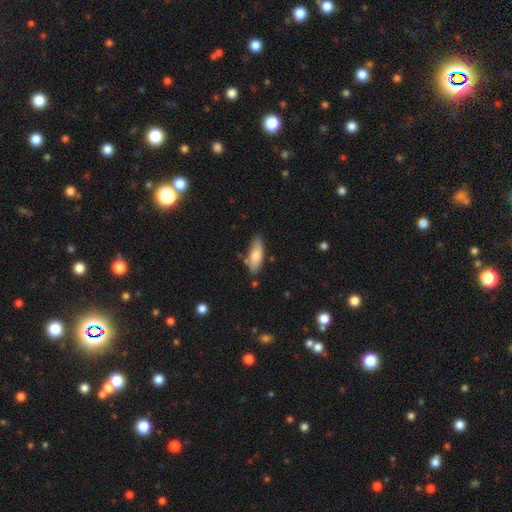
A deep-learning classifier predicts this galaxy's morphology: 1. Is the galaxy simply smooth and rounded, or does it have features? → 78% smooth, 16% featured or disk, 6% star or artifact.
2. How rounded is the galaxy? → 65% in between, 33% cigar-shaped, 2% round.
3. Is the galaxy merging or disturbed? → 76% none, 17% minor disturbance, 4% merger, 3% major disturbance.